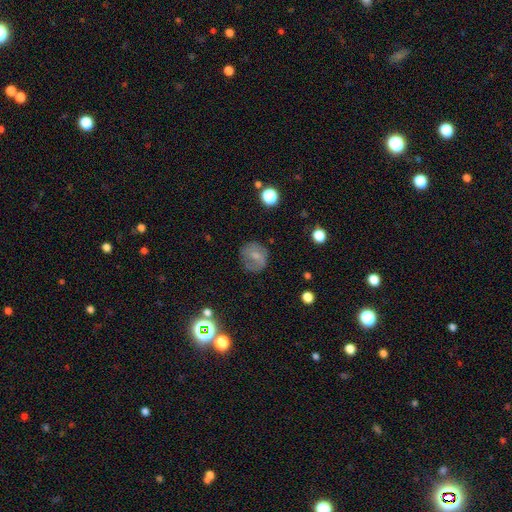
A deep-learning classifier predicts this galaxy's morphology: Smooth or featured? smooth (59%)
How rounded? round (78%)
Merging? none (67%)